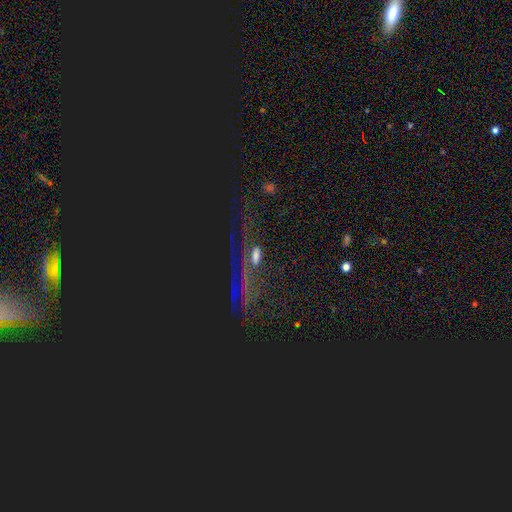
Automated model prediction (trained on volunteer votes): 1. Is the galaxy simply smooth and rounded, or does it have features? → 45% star or artifact, 34% smooth, 21% featured or disk.